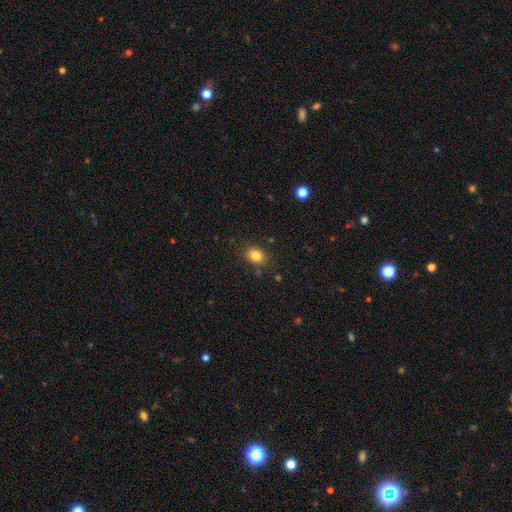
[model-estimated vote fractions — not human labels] A smooth galaxy with no disk features (82%) that is in between round and cigar-shaped (64%).

Vote fractions:
- Smooth or featured? smooth: 82% / star or artifact: 11% / featured or disk: 7%
- How rounded? in between: 64% / round: 35% / cigar-shaped: 1%
- Merging? none: 84% / minor disturbance: 11% / major disturbance: 3% / merger: 2%